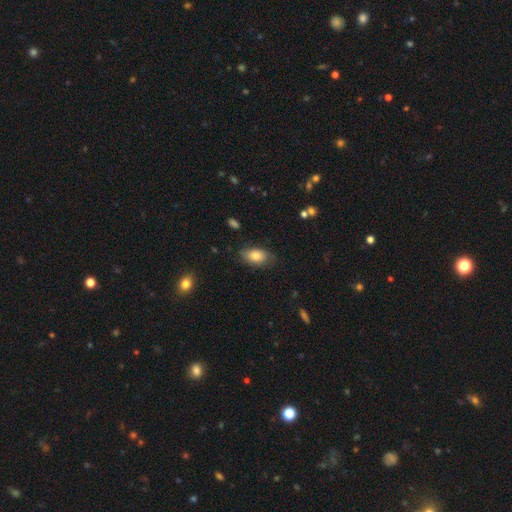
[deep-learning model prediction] Q: Smooth or featured?
A: smooth (81%); runner-up: featured or disk (11%)
Q: How rounded?
A: in between (91%); runner-up: round (6%)
Q: Merging?
A: none (76%); runner-up: minor disturbance (18%)